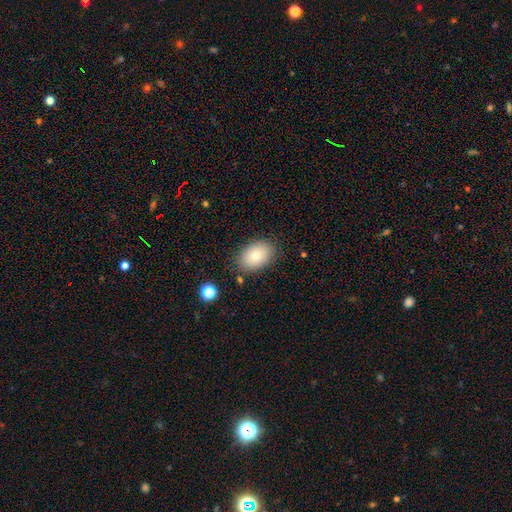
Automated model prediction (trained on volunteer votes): Morphology: type=smooth (84%); roundness=in between (88%); merging=none (82%).